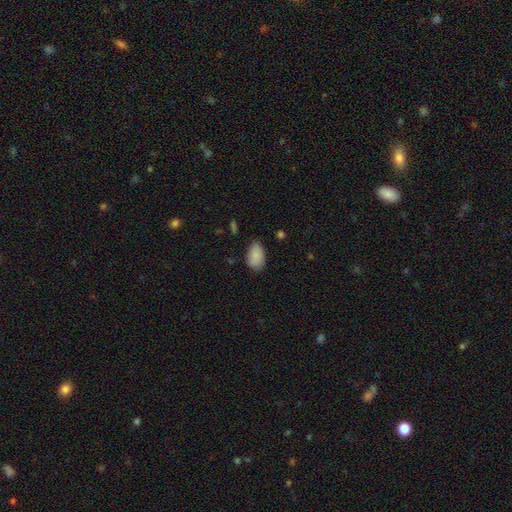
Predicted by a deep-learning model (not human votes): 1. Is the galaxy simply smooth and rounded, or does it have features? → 88% smooth, 7% star or artifact, 6% featured or disk.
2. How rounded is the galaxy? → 92% in between, 7% round, 1% cigar-shaped.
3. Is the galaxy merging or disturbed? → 74% none, 21% minor disturbance, 4% major disturbance, 1% merger.